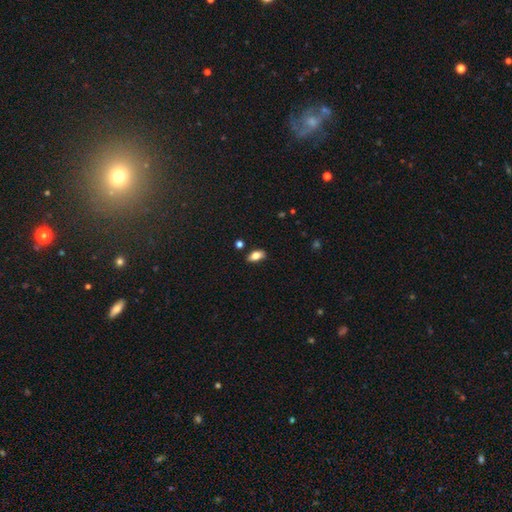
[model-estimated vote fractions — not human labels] Smooth or featured? smooth (78%)
How rounded? in between (89%)
Merging? none (82%)